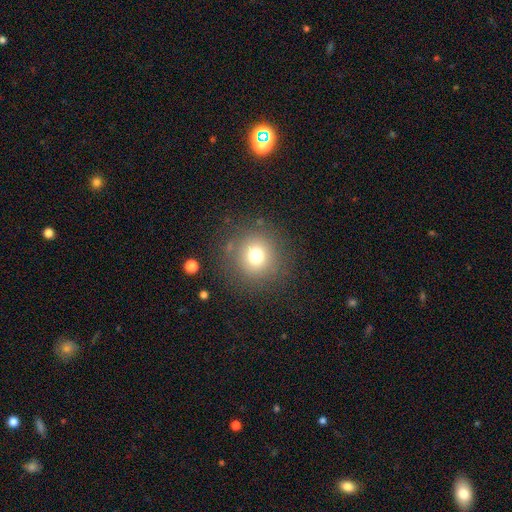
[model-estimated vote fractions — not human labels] smooth-or-featured: smooth: 74% | star or artifact: 16% | featured or disk: 11%
  how-rounded: round: 94% | in between: 6% | cigar-shaped: 1%
  merging: none: 84% | minor disturbance: 9% | major disturbance: 5% | merger: 2%